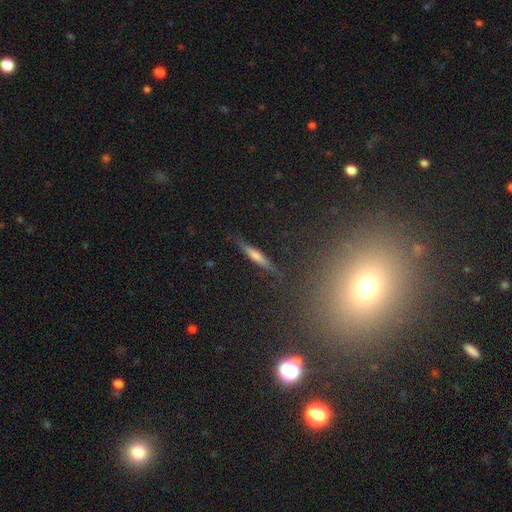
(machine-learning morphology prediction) smooth-or-featured: featured or disk: 46% | smooth: 44% | star or artifact: 10%
  merging: none: 84% | minor disturbance: 11% | major disturbance: 3% | merger: 2%